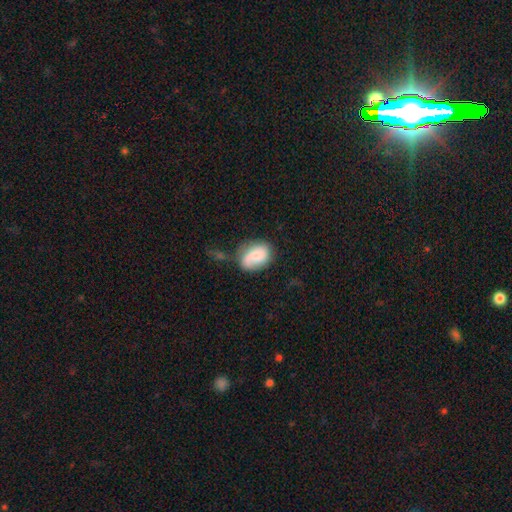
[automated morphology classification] This is possibly a smooth galaxy (54%). How rounded: likely in between (73%). Merging: possibly none (51%).